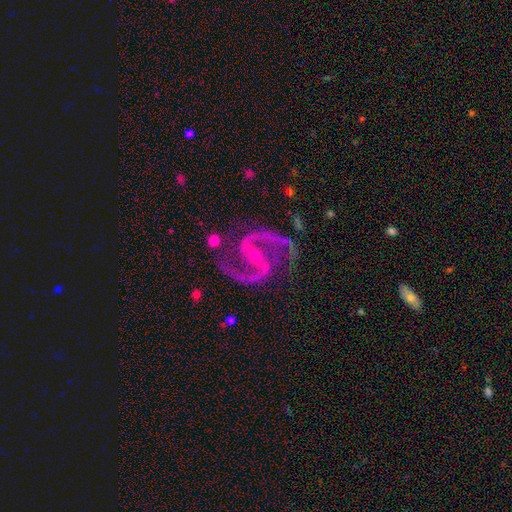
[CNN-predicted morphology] The model was most divided on "bar": strong: 48%, weak: 34%, no: 18%. More confident: spiral arms — yes (99%); edge-on disk — no (98%); spiral arm count — 2 (94%); smooth or featured — featured or disk (94%); bulge size — small (77%); merging — none (74%); spiral winding — medium (69%).